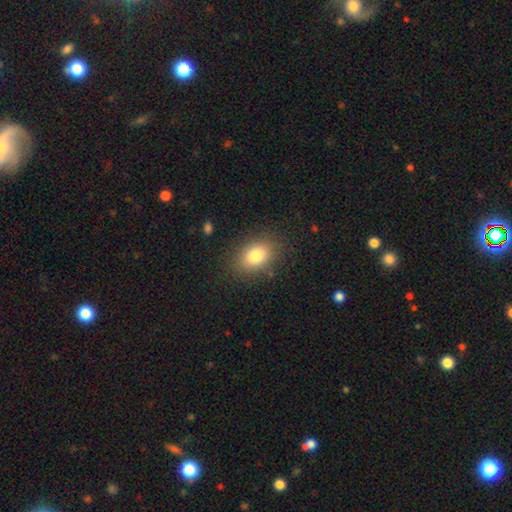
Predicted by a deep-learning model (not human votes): smooth_or_featured: smooth (p=0.81) [alt: star or artifact p=0.10]
how_rounded: in between (p=0.78) [alt: round p=0.21]
merging: none (p=0.84) [alt: minor disturbance p=0.10]